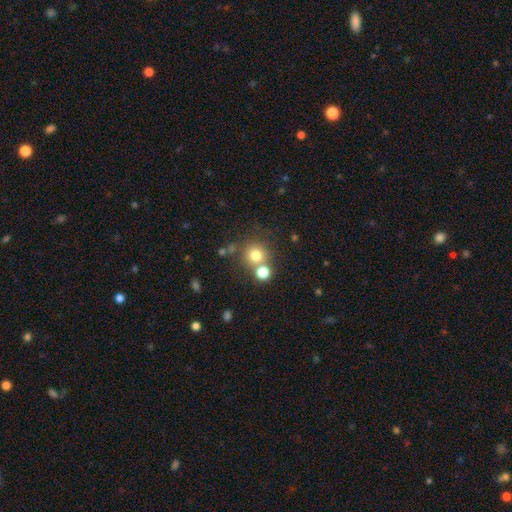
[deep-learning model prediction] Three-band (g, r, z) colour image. It shows a smooth galaxy with no disk features (75%) that is round (91%). Merging: none (62%).